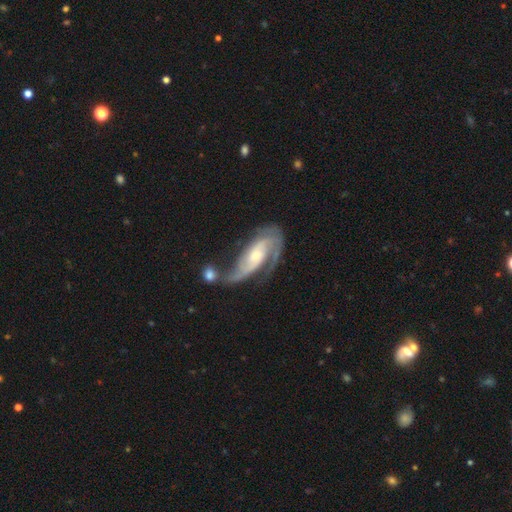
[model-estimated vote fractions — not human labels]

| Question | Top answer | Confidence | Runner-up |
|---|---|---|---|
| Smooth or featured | featured or disk | 87% | smooth (8%) |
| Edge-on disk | no | 95% | yes (5%) |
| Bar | no | 51% | weak (36%) |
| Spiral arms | yes | 96% | no (4%) |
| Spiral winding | medium | 46% | tight (33%) |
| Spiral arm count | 2 | 71% | can't tell (10%) |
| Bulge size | moderate | 47% | small (44%) |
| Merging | none | 39% | major disturbance (21%) |